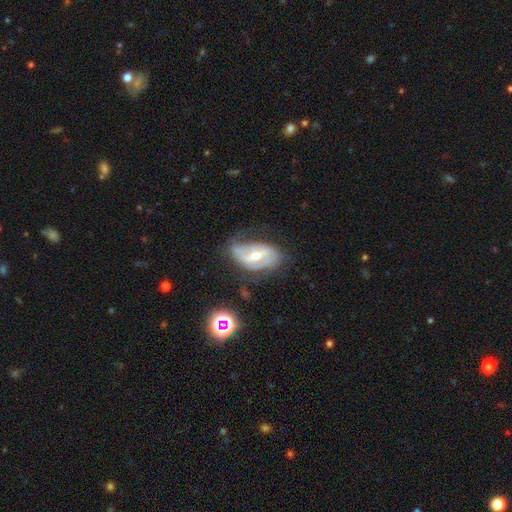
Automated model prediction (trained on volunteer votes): smooth-or-featured: featured or disk: 77% | smooth: 16% | star or artifact: 8%
  disk-edge-on: no: 94% | yes: 6%
    bar: strong: 47% | weak: 37% | no: 16%
    has-spiral-arms: yes: 79% | no: 21%
      spiral-winding: medium: 40% | loose: 30% | tight: 30%
      spiral-arm-count: 2: 66% | can't tell: 19% | 1: 9% | 3: 4% | 4: 1% | more than 4: 1%
    bulge-size: moderate: 58% | small: 38% | large: 2% | none: 1% | dominant: 1%
  merging: none: 48% | minor disturbance: 30% | major disturbance: 20% | merger: 3%